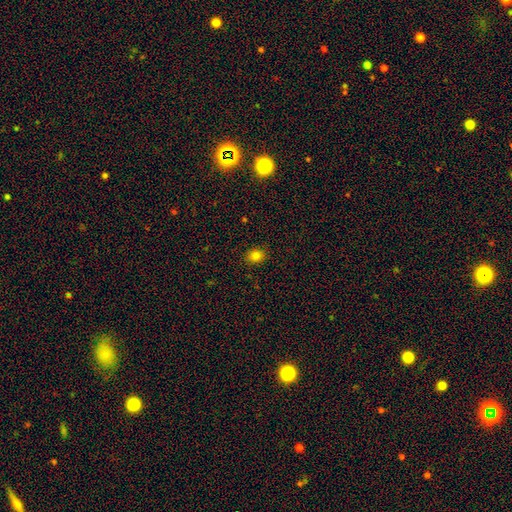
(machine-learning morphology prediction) This appears to be a smooth galaxy with no disk features (82%) that is round (53%). Merging: none (89%).